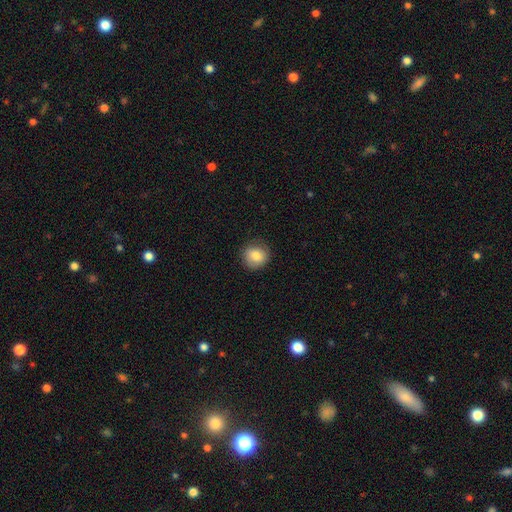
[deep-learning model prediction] A smooth galaxy with no disk features (81%) that is round (87%). Merging: none (84%).